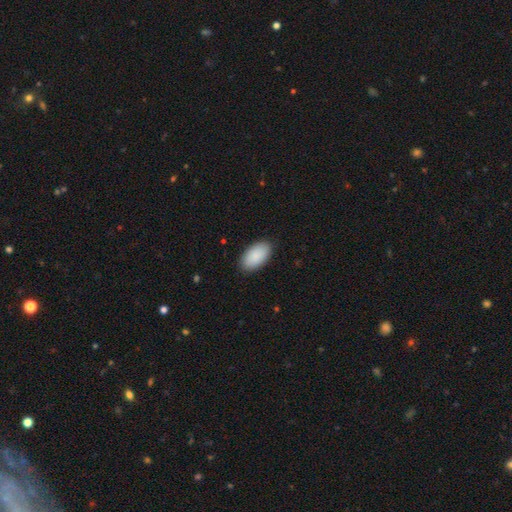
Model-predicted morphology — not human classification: smooth 90%, star or artifact 6%, featured or disk 4%. Down the decision tree: how rounded — in between (96%); merging — none (88%).